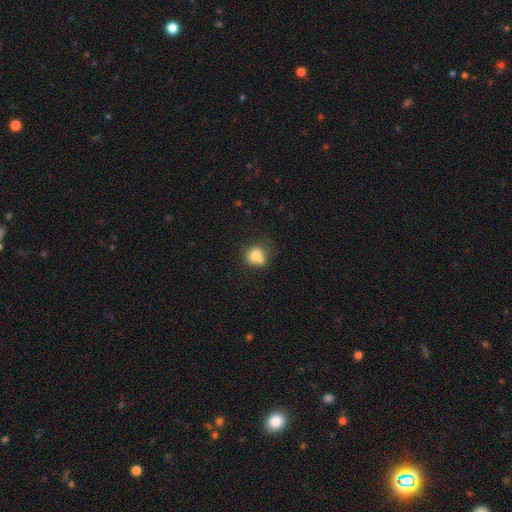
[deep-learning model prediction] Overall: smooth (75%). How rounded: round (77%). Merging: none (44%; merger 34%).